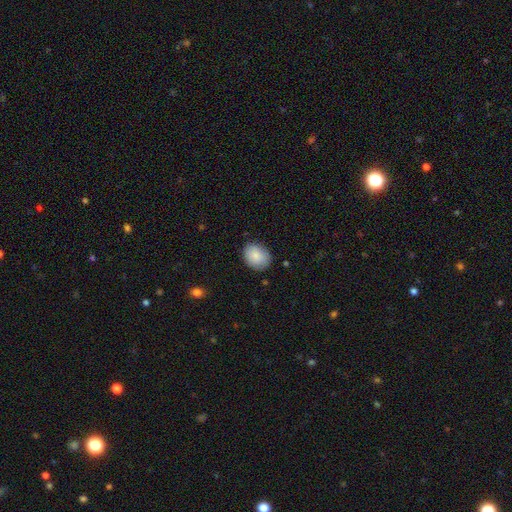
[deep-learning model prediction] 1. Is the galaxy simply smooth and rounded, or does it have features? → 87% smooth, 7% star or artifact, 6% featured or disk.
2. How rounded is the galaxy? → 53% in between, 46% round, 1% cigar-shaped.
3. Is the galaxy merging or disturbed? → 81% none, 15% minor disturbance, 3% major disturbance, 1% merger.